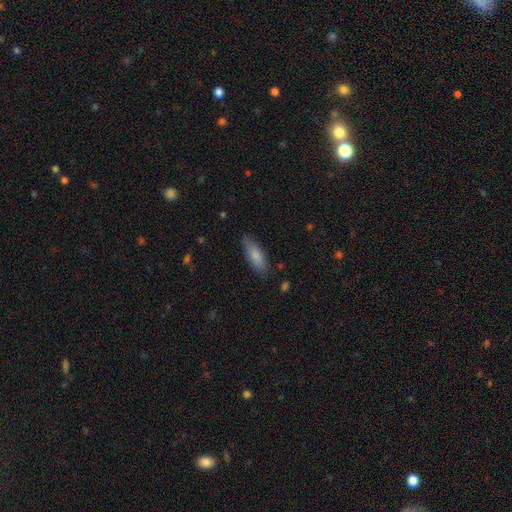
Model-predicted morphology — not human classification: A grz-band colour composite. It shows a smooth galaxy with no disk features (80%) that is in between round and cigar-shaped (61%). Merging: none (81%).